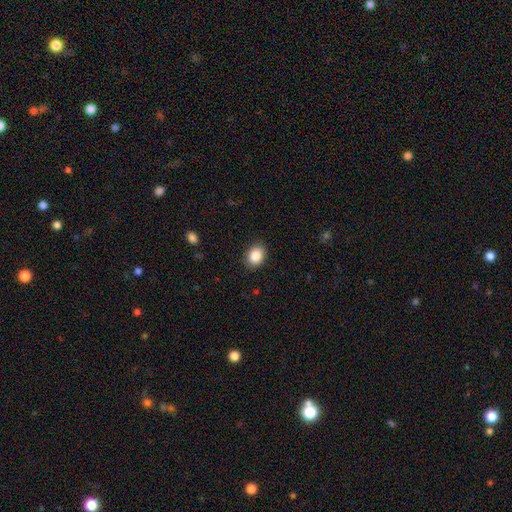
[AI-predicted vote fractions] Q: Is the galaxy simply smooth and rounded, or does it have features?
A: smooth — 88%.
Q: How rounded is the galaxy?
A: in between — 68%.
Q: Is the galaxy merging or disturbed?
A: none — 86%.